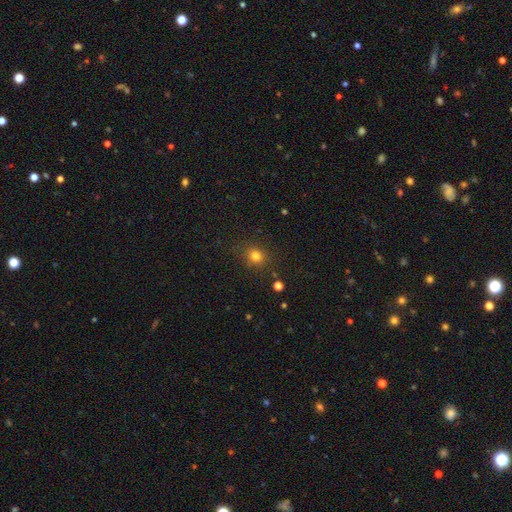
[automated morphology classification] Overall: smooth (79%). How rounded: round (79%). Merging: none (85%).